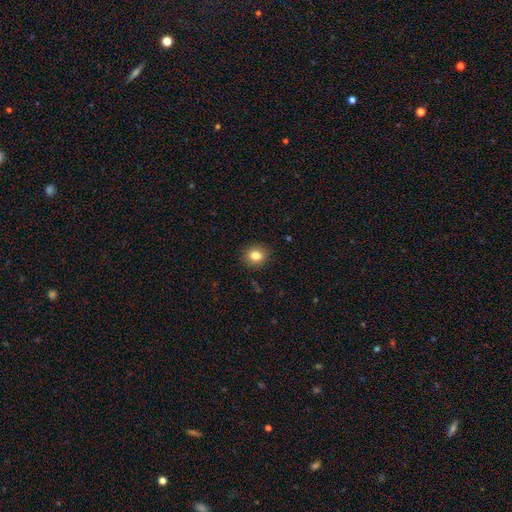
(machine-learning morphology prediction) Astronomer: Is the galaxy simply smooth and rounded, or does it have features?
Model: smooth — 83%.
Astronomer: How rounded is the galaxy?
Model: round — 71%.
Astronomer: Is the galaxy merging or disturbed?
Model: none — 89%.